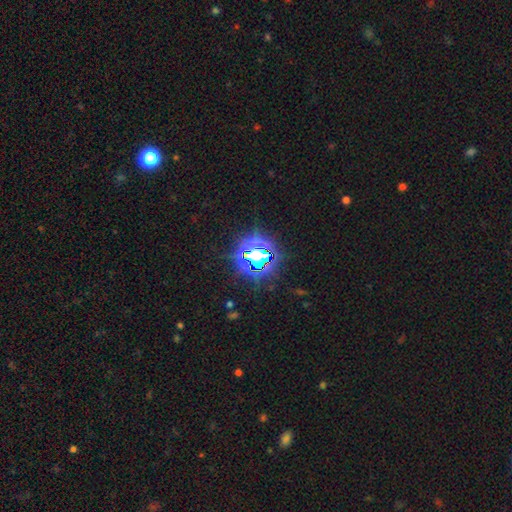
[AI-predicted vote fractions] star or artifact 75%, smooth 16%, featured or disk 10%.